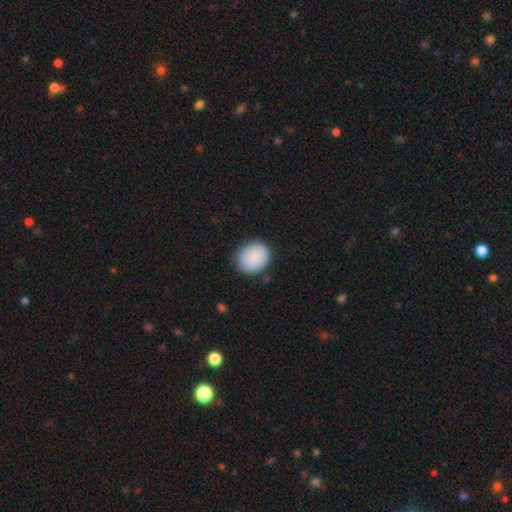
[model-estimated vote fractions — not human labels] Smooth or featured: smooth — 87% (star or artifact — 7%)
How rounded: round — 68% (in between — 31%)
Merging: none — 83% (minor disturbance — 12%)